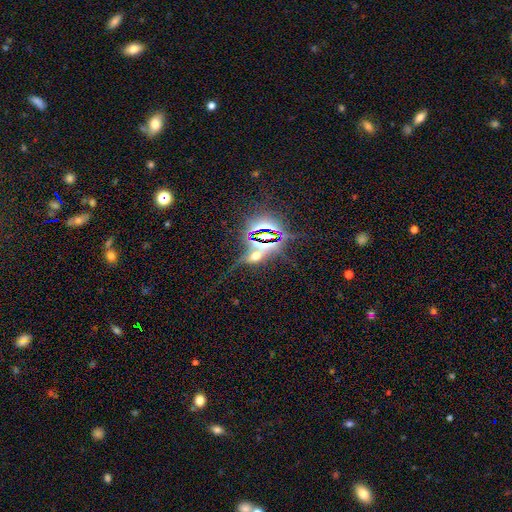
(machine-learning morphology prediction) This is likely a star or artifact rather than a galaxy (61%).